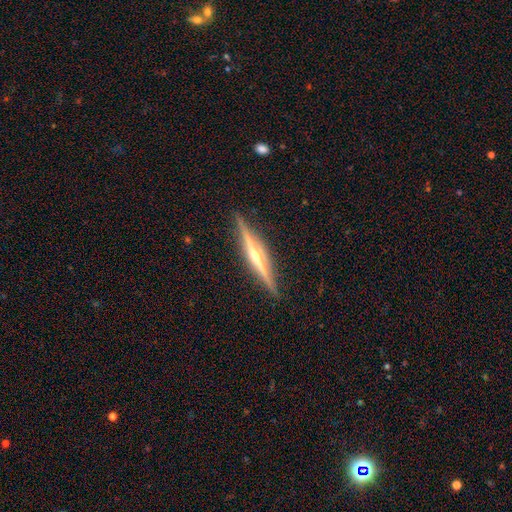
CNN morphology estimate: The model was most divided on "smooth or featured": featured or disk: 80%, smooth: 14%, star or artifact: 6%. More confident: edge-on disk — yes (98%); merging — none (92%); edge-on bulge — rounded (86%).